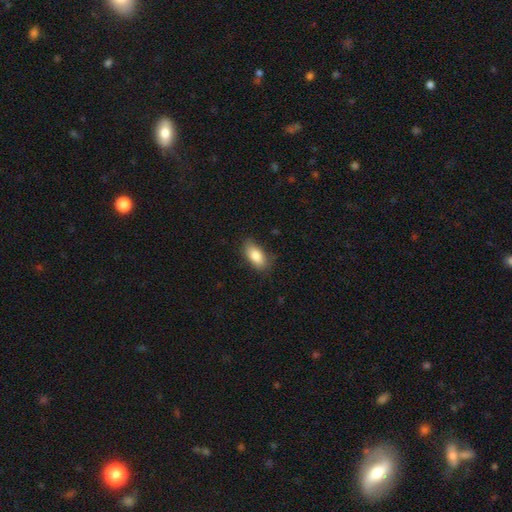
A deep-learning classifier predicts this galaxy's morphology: smooth-or-featured: smooth: 84% | featured or disk: 9% | star or artifact: 7%
  how-rounded: in between: 90% | cigar-shaped: 7% | round: 4%
  merging: none: 77% | minor disturbance: 18% | major disturbance: 4% | merger: 1%